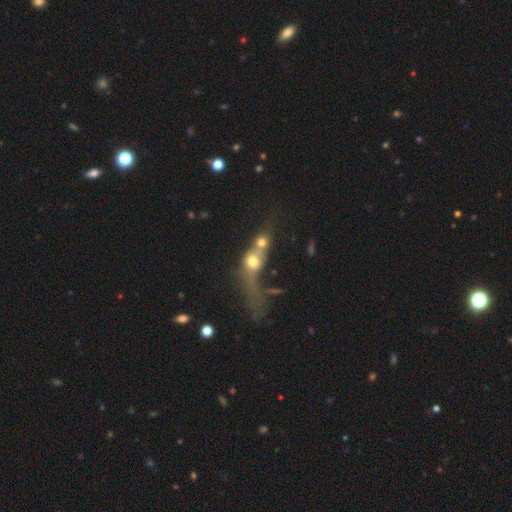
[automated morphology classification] This appears to be a smooth galaxy with no disk features (42%). Merging: merger (53%).